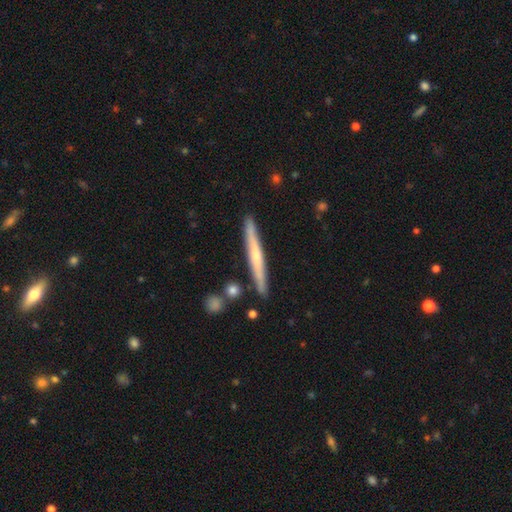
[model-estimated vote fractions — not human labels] Smooth or featured: featured or disk — 57% (smooth — 38%)
Edge-on disk: yes — 96% (no — 4%)
Edge-on bulge: rounded — 51% (none — 43%)
Merging: none — 87% (minor disturbance — 8%)